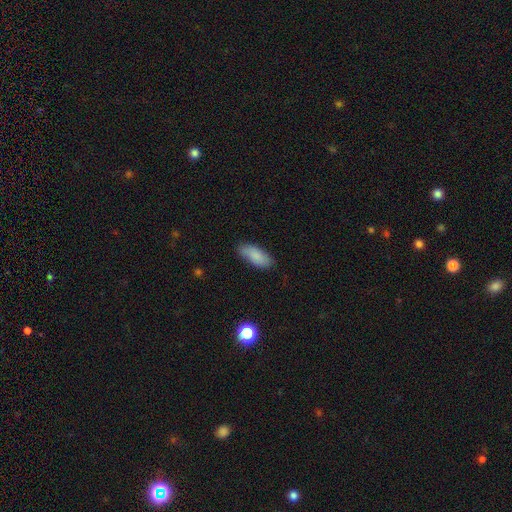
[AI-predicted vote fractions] Overall: smooth (85%). How rounded: in between (83%). Merging: none (80%).